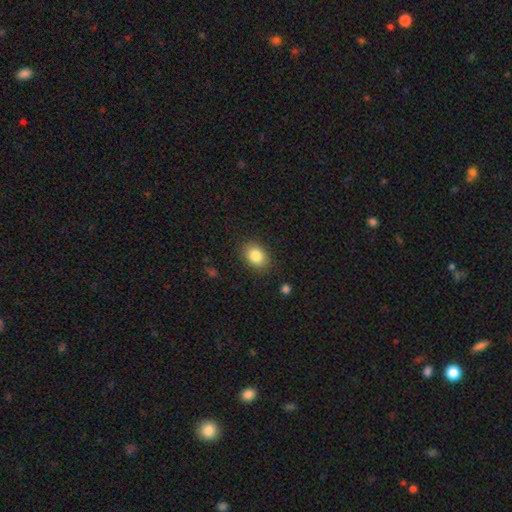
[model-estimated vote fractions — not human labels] The model was most divided on "how rounded": in between: 69%, round: 30%, cigar-shaped: 1%. More confident: merging — none (86%); smooth or featured — smooth (85%).